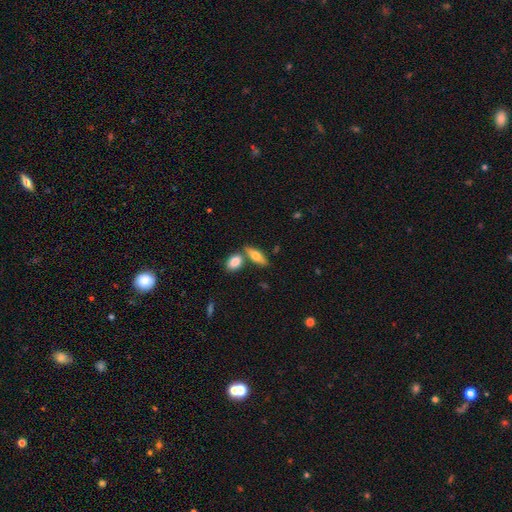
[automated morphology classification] A smooth galaxy with no disk features (64%) that is in between round and cigar-shaped (65%).

Vote fractions:
- Smooth or featured? smooth: 64% / featured or disk: 30% / star or artifact: 6%
- How rounded? in between: 65% / cigar-shaped: 31% / round: 4%
- Merging? none: 64% / merger: 23% / minor disturbance: 10% / major disturbance: 3%